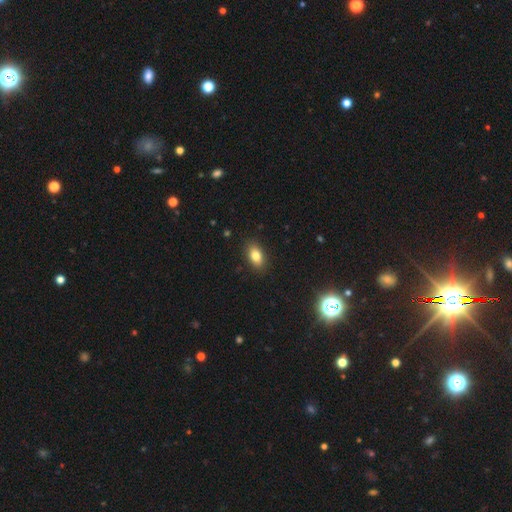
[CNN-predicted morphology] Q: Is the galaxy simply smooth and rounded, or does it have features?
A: smooth — 81%.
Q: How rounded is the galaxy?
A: in between — 87%.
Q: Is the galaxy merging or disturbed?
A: none — 88%.